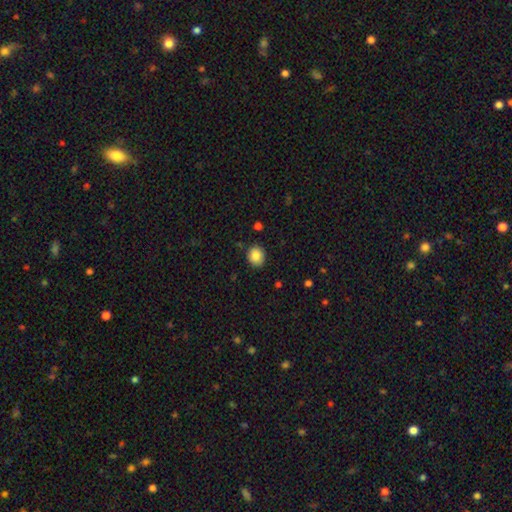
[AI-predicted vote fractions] This is clearly a smooth galaxy (86%). How rounded: likely round (63%). Merging: clearly none (87%).